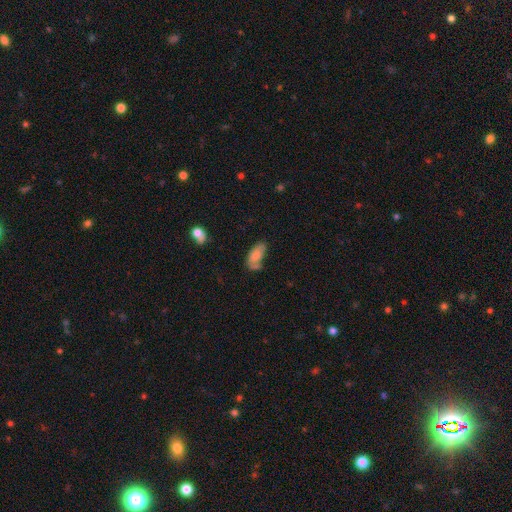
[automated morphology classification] type=smooth (75%); roundness=in between (91%); merging=none (45%).